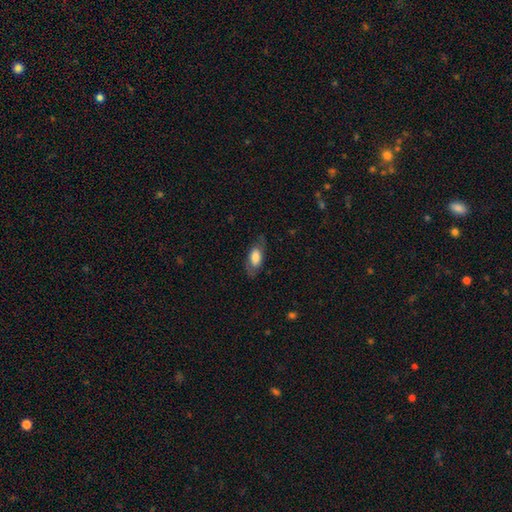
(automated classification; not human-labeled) smooth 62%, featured or disk 31%, star or artifact 7%. Down the decision tree: how rounded — in between (86%); merging — none (72%).